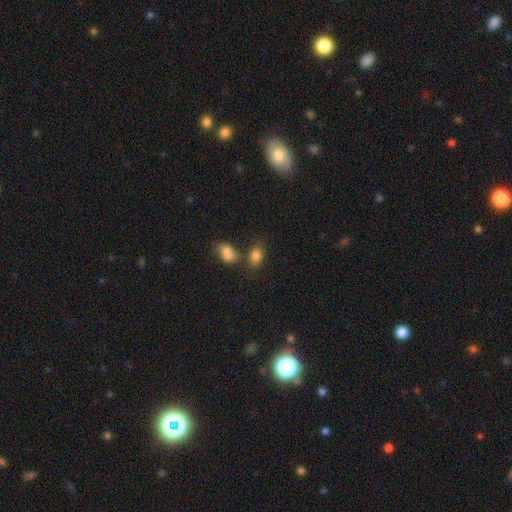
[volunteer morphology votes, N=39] Overall: smooth (87%). How rounded: in between (88%). Merging: none (51%; merger 38%).